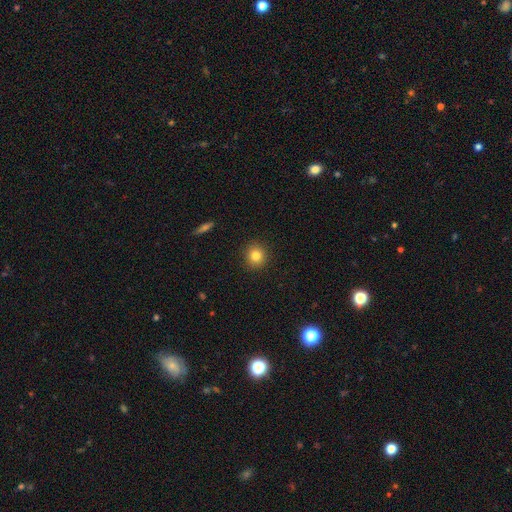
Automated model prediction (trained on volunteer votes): Smooth or featured? smooth (81%)
How rounded? round (92%)
Merging? none (92%)